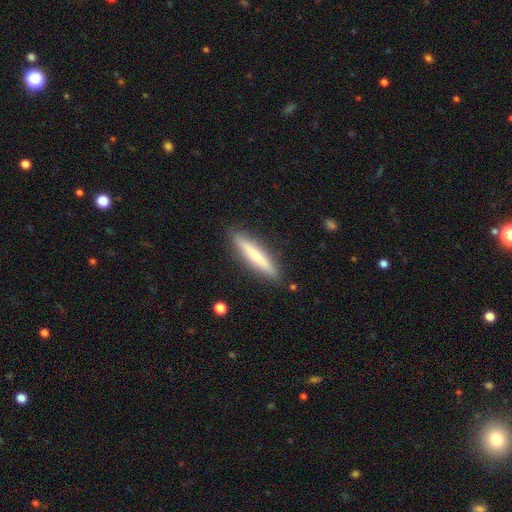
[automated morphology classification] Smooth or featured? smooth (61%)
How rounded? cigar-shaped (90%)
Merging? none (89%)